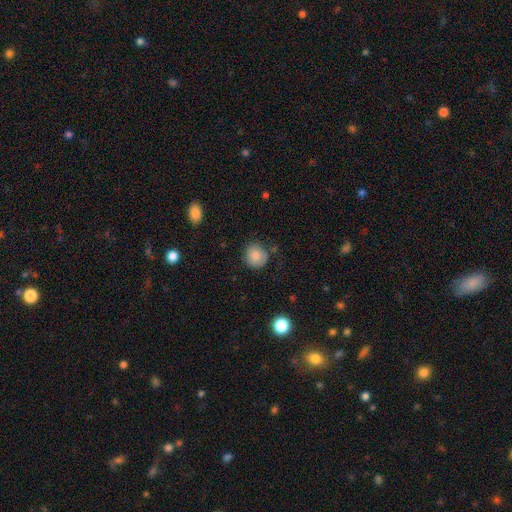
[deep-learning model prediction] Morphology: type=smooth (80%); roundness=round (85%); merging=none (78%).